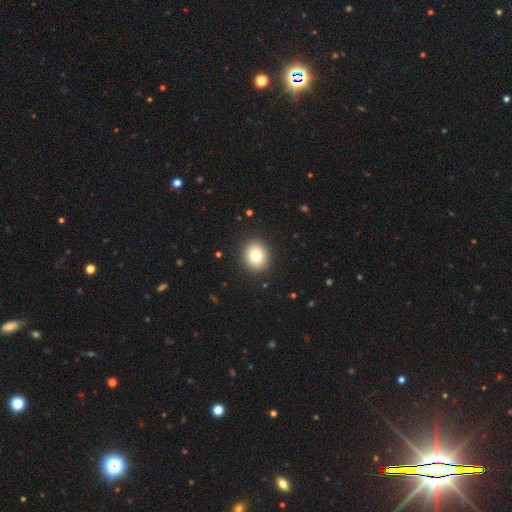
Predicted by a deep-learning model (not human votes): This is likely a smooth galaxy (78%). How rounded: clearly round (83%). Merging: clearly none (92%).